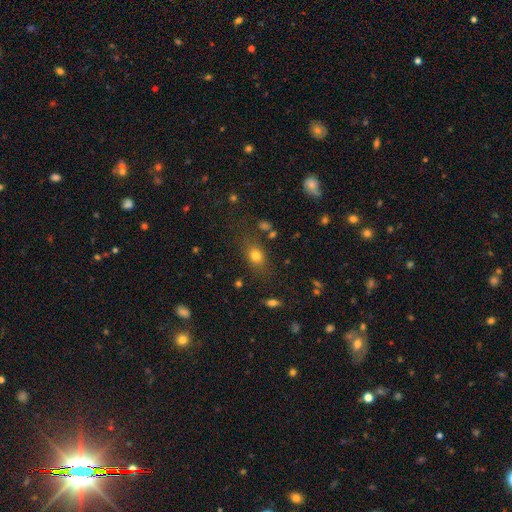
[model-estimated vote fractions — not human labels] smooth-or-featured: smooth: 77% | star or artifact: 14% | featured or disk: 9%
  how-rounded: in between: 58% | round: 40% | cigar-shaped: 2%
  merging: none: 74% | minor disturbance: 15% | major disturbance: 7% | merger: 5%